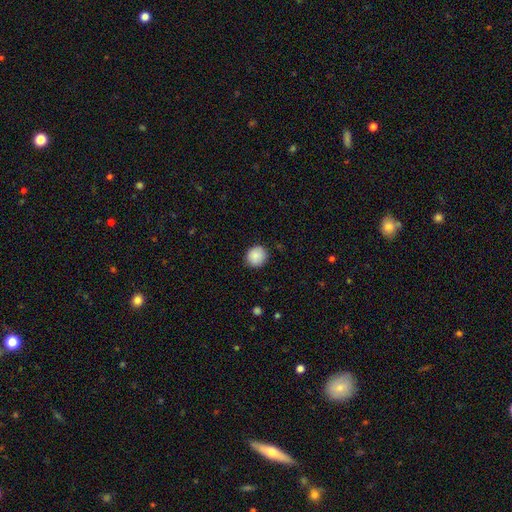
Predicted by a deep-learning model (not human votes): The model was most divided on "how rounded": round: 85%, in between: 14%, cigar-shaped: 1%. More confident: smooth or featured — smooth (88%); merging — none (87%).